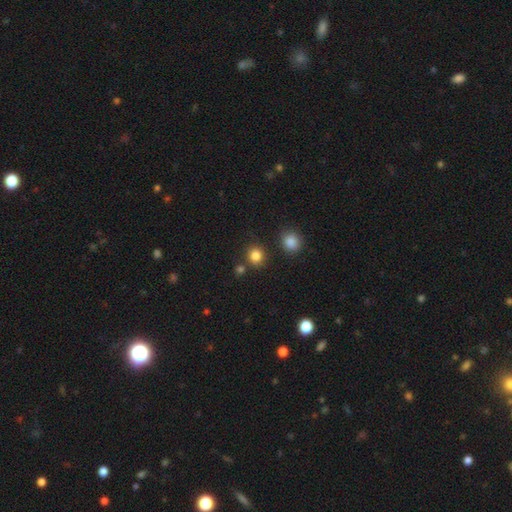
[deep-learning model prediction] Smooth or featured?
  - smooth: 84% *
  - star or artifact: 12%
  - featured or disk: 4%
How rounded?
  - round: 86% *
  - in between: 13%
  - cigar-shaped: 1%
Merging?
  - none: 82% *
  - merger: 8%
  - minor disturbance: 8%
  - major disturbance: 3%